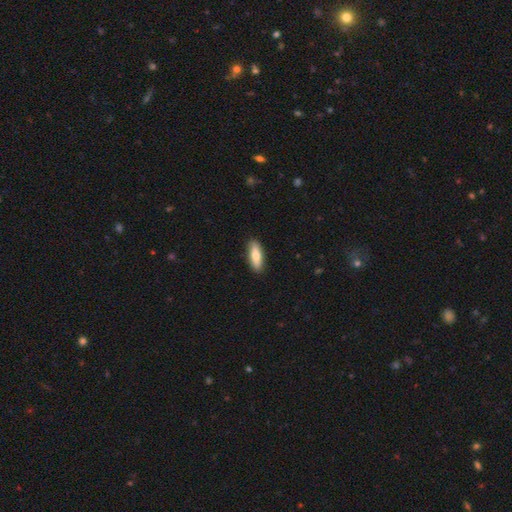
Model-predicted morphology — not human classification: Smooth or featured? Predicted: smooth (p=0.72). How rounded? Predicted: in between (p=0.56). Merging? Predicted: none (p=0.89).